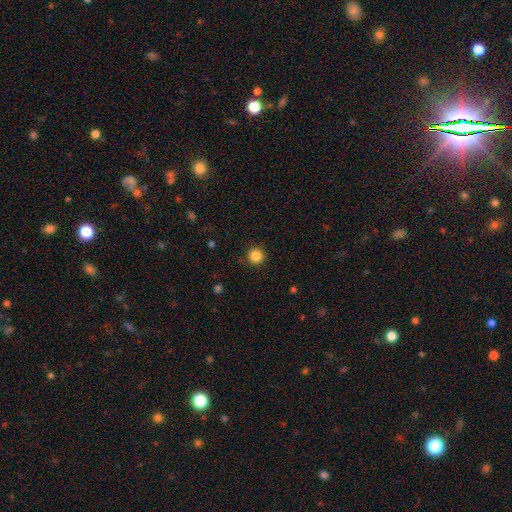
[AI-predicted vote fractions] smooth_or_featured: smooth (p=0.85) [alt: star or artifact p=0.11]
how_rounded: round (p=0.96) [alt: in between p=0.03]
merging: none (p=0.91) [alt: minor disturbance p=0.06]